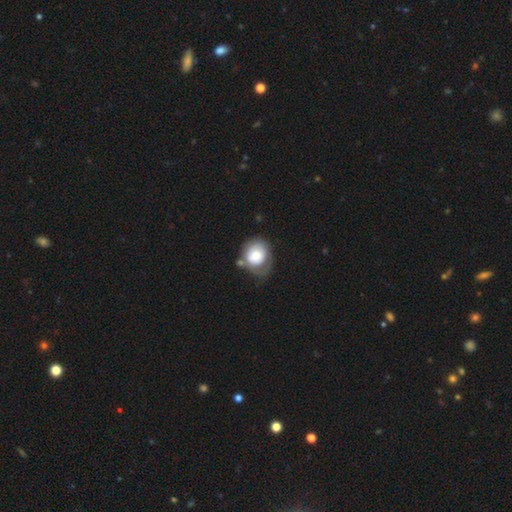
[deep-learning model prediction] Morphology: type=smooth (58%); roundness=round (62%); merging=none (40%).